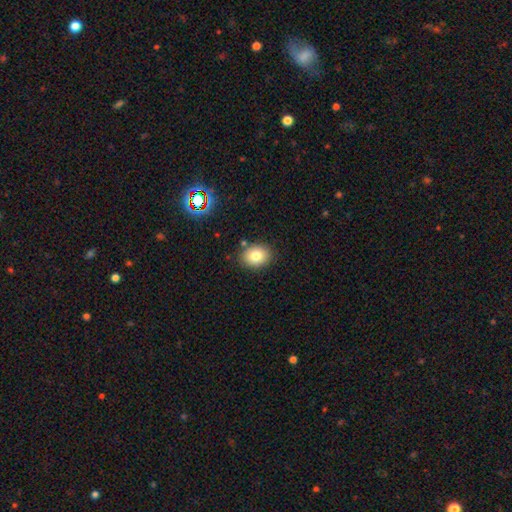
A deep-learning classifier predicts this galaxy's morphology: Smooth or featured? Predicted: smooth (p=0.80). How rounded? Predicted: in between (p=0.56). Merging? Predicted: none (p=0.84).